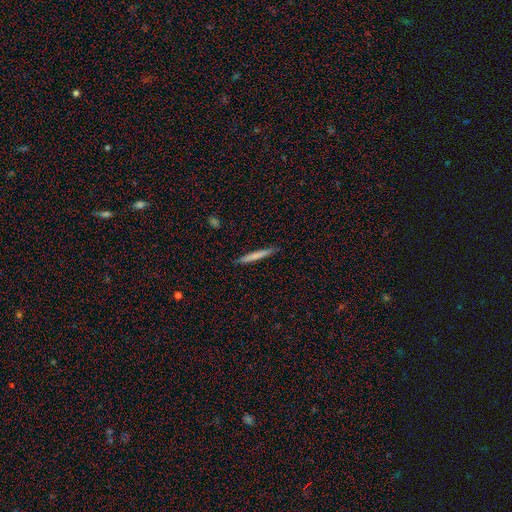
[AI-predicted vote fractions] Morphology: type=smooth (70%); roundness=cigar-shaped (96%); merging=none (89%).